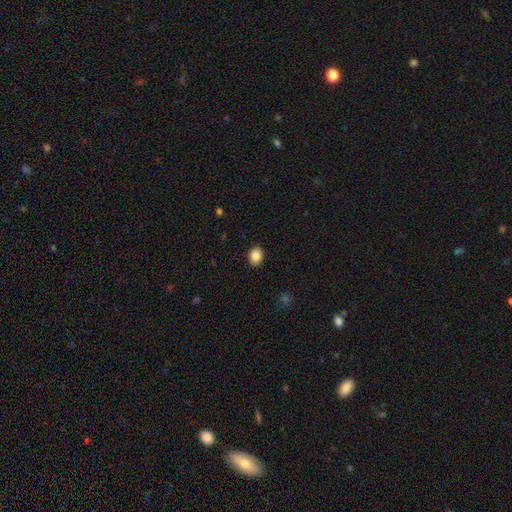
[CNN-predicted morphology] This is clearly a smooth galaxy (85%). How rounded: possibly in between (56%). Merging: clearly none (91%).